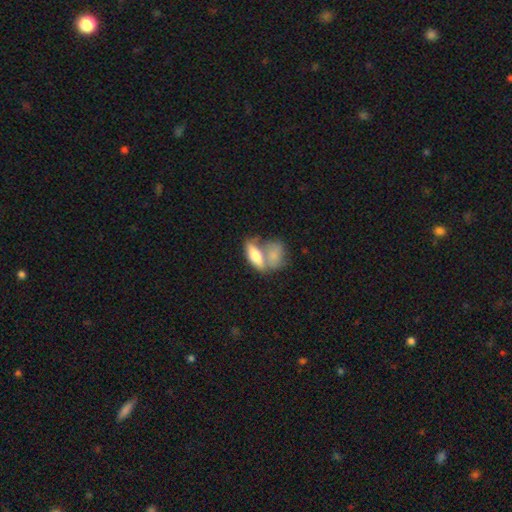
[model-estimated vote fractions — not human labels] The model was most divided on "merging": merger: 52%, none: 32%, minor disturbance: 10%, major disturbance: 6%. More confident: how rounded — in between (72%); smooth or featured — smooth (68%).